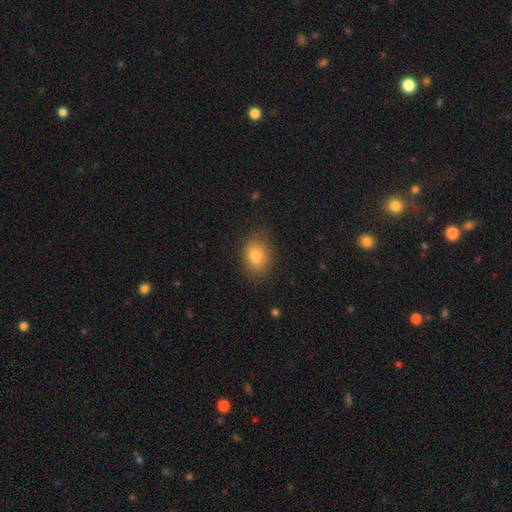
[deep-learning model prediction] Morphology: type=smooth (80%); roundness=in between (70%); merging=none (80%).